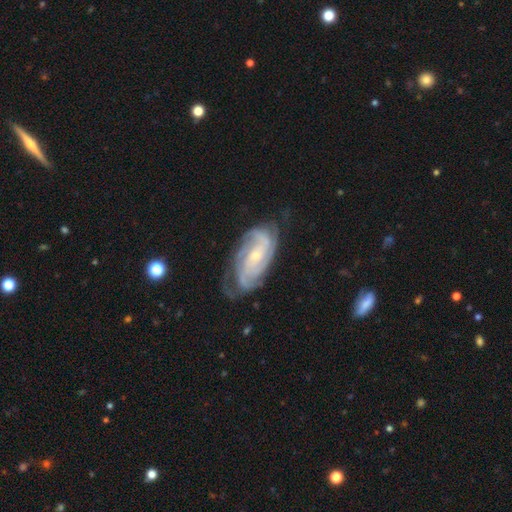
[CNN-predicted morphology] Smooth or featured: featured or disk — 88% (smooth — 6%)
Edge-on disk: no — 96% (yes — 4%)
Bar: no — 55% (weak — 33%)
Spiral arms: yes — 98% (no — 2%)
Spiral winding: tight — 63% (medium — 32%)
Spiral arm count: 3 — 29% (2 — 27%)
Bulge size: small — 66% (moderate — 30%)
Merging: none — 68% (minor disturbance — 23%)